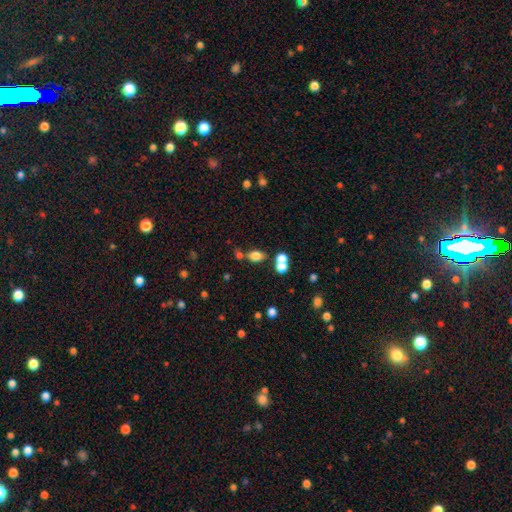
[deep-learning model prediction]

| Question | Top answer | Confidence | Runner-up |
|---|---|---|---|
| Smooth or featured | smooth | 77% | star or artifact (13%) |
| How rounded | in between | 79% | round (19%) |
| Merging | none | 58% | merger (26%) |